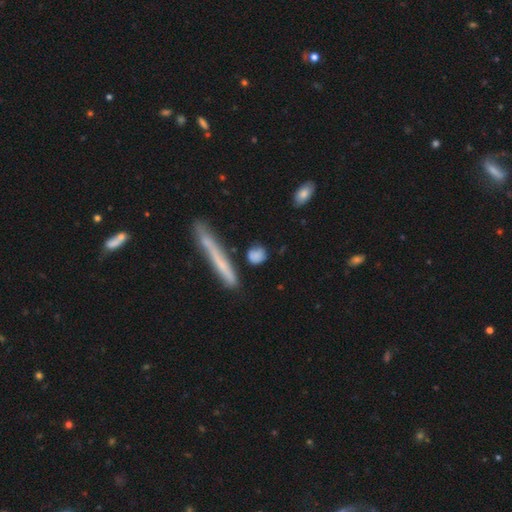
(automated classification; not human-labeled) smooth_or_featured: smooth (p=0.78) [alt: featured or disk p=0.15]
how_rounded: round (p=0.53) [alt: cigar-shaped p=0.25]
merging: none (p=0.68) [alt: minor disturbance p=0.19]